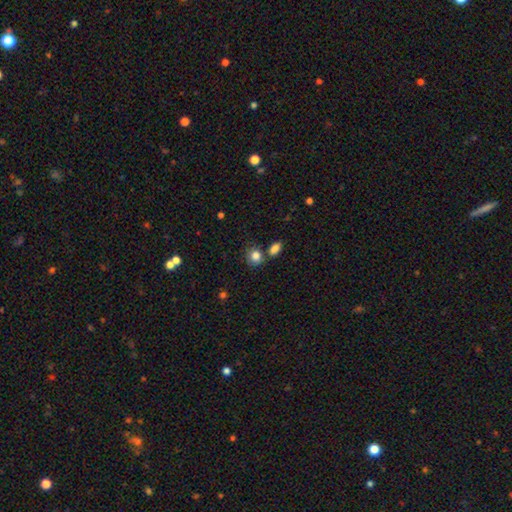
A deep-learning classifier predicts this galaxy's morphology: The model was most divided on "how rounded": round: 61%, in between: 37%, cigar-shaped: 1%. More confident: smooth or featured — smooth (85%); merging — none (65%).